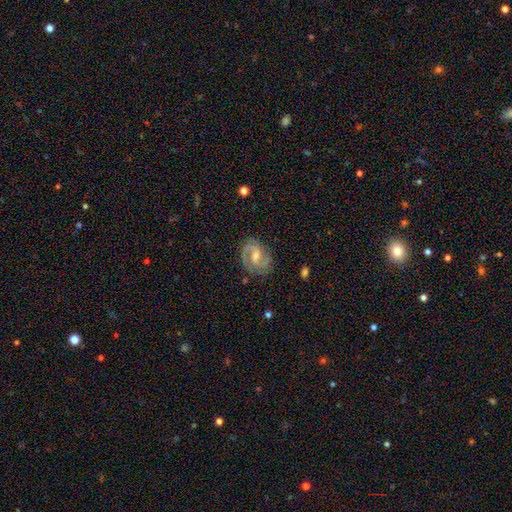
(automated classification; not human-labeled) A featured or disk galaxy (89%) with a weak bar (52%), 2 (91%) medium (51%) spiral arms (98%) and a moderate central bulge (49%).

Vote fractions:
- Smooth or featured? featured or disk: 89% / smooth: 6% / star or artifact: 5%
- Edge-on disk? no: 98% / yes: 2%
- Bar? weak: 52% / no: 29% / strong: 19%
- Spiral arms? yes: 98% / no: 2%
- Spiral winding? medium: 51% / tight: 39% / loose: 10%
- Spiral arm count? 2: 91% / can't tell: 3% / 3: 2% / 1: 2% / 4: 1% / more than 4: 1%
- Bulge size? moderate: 49% / small: 43% / none: 5% / large: 3% / dominant: 1%
- Merging? none: 82% / minor disturbance: 13% / major disturbance: 4% / merger: 1%